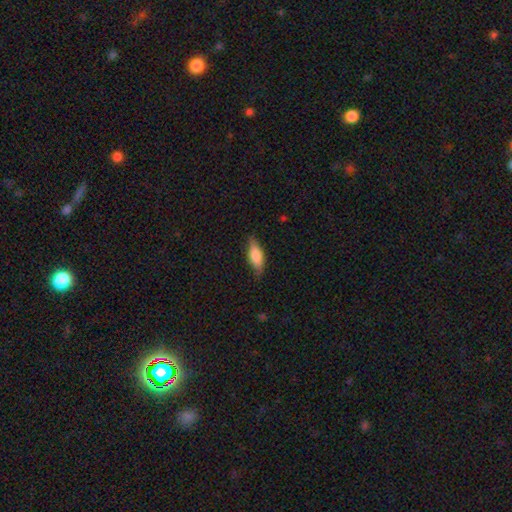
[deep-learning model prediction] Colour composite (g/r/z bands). It shows a smooth galaxy with no disk features (77%) that is in between round and cigar-shaped (69%). Merging: none (76%).